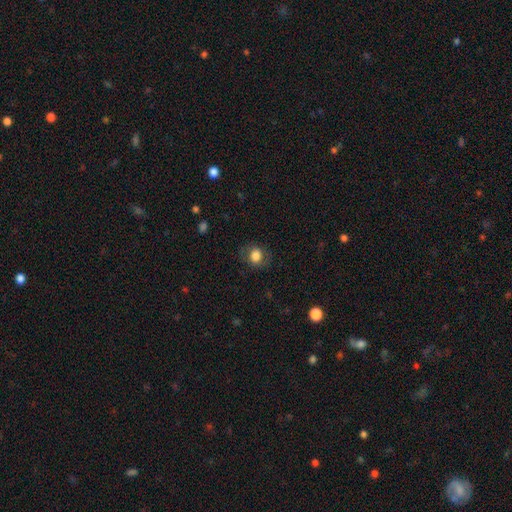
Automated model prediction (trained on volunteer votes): Smooth or featured: smooth — 78% (featured or disk — 13%)
How rounded: round — 62% (in between — 37%)
Merging: none — 77% (minor disturbance — 14%)